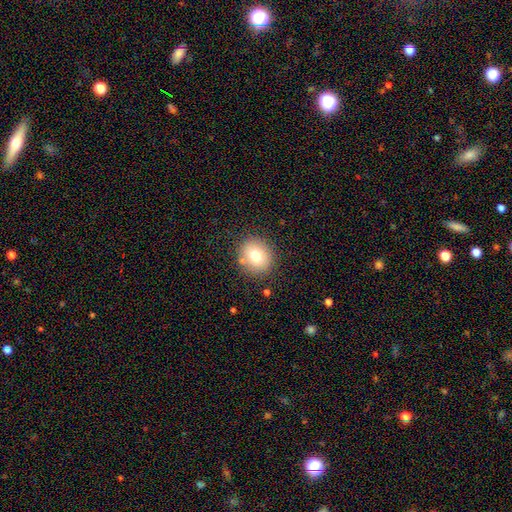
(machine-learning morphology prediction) This appears to be a smooth galaxy with no disk features (74%) that is round (83%). Merging: none (84%).